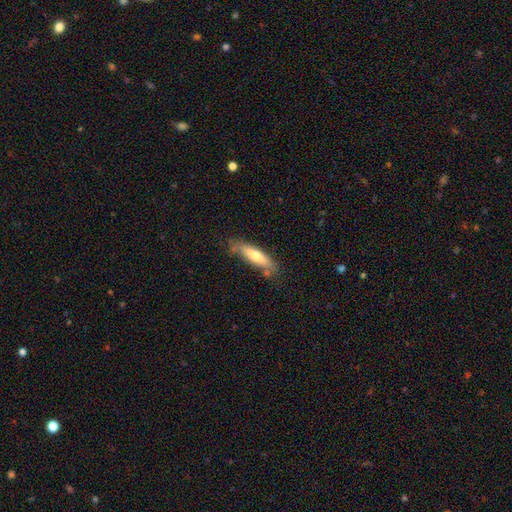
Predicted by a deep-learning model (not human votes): Smooth or featured: smooth — 66% (featured or disk — 28%)
How rounded: cigar-shaped — 67% (in between — 32%)
Merging: none — 73% (minor disturbance — 18%)